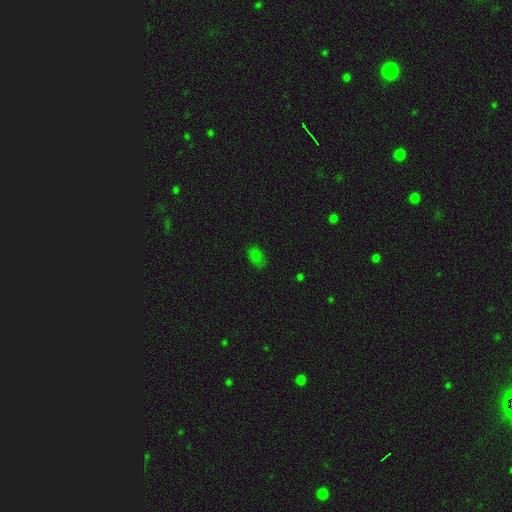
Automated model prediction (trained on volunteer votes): This appears to be a smooth galaxy with no disk features (75%) that is in between round and cigar-shaped (87%). Merging: none (77%).